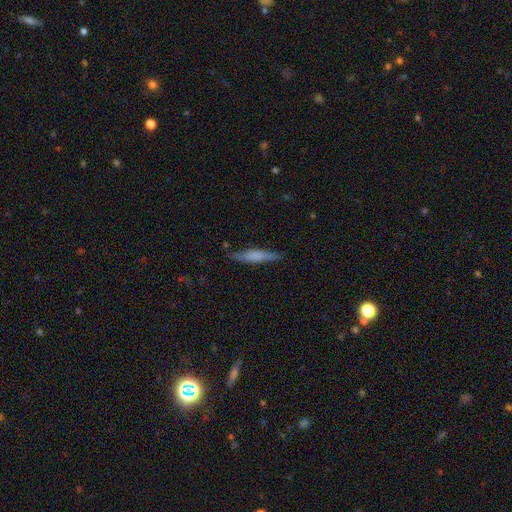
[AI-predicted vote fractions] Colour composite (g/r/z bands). It shows a smooth galaxy with no disk features (56%) that is cigar-shaped (88%). Merging: none (83%).